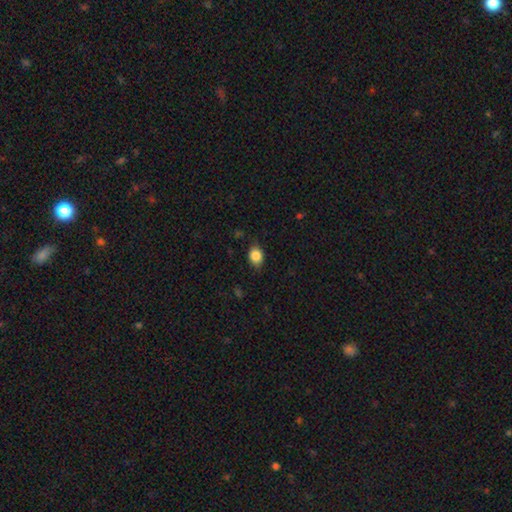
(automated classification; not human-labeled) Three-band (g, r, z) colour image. It shows a smooth galaxy with no disk features (85%) that is in between round and cigar-shaped (61%). Merging: none (77%).